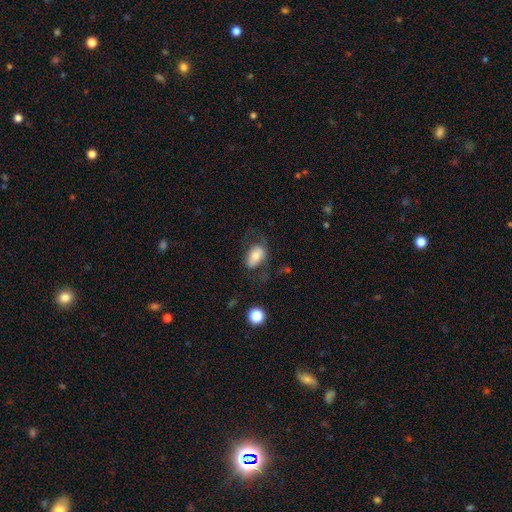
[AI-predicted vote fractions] Smooth or featured? Predicted: smooth (p=0.63). How rounded? Predicted: in between (p=0.88). Merging? Predicted: none (p=0.53).